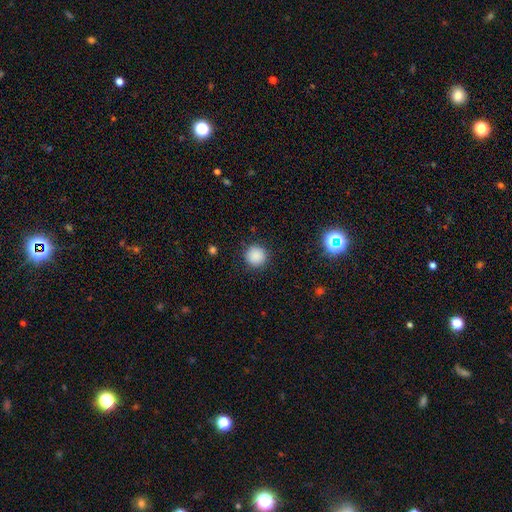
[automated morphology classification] smooth-or-featured: smooth: 87% | star or artifact: 10% | featured or disk: 3%
  how-rounded: round: 95% | in between: 4% | cigar-shaped: 1%
  merging: none: 89% | minor disturbance: 7% | major disturbance: 3% | merger: 1%